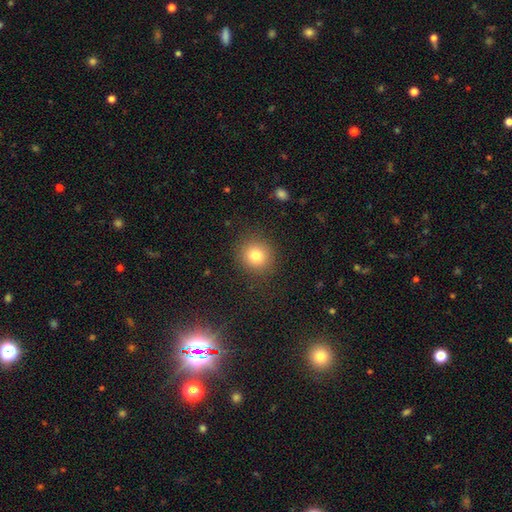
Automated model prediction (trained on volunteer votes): smooth_or_featured: smooth (p=0.80) [alt: star or artifact p=0.12]
how_rounded: round (p=0.86) [alt: in between p=0.13]
merging: none (p=0.88) [alt: minor disturbance p=0.08]